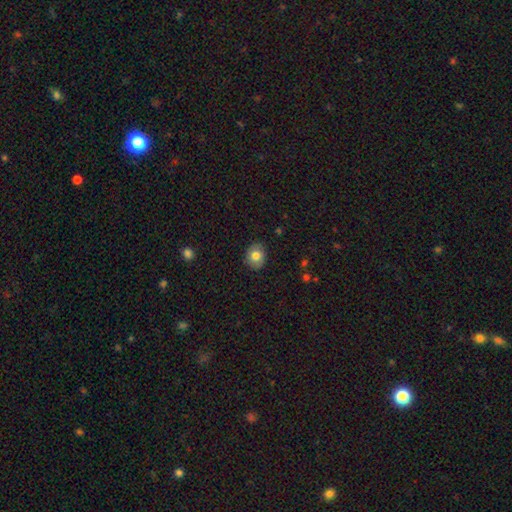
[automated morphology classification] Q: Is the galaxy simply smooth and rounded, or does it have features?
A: smooth — 78%.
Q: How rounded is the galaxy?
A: round — 56%.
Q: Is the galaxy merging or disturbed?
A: none — 87%.